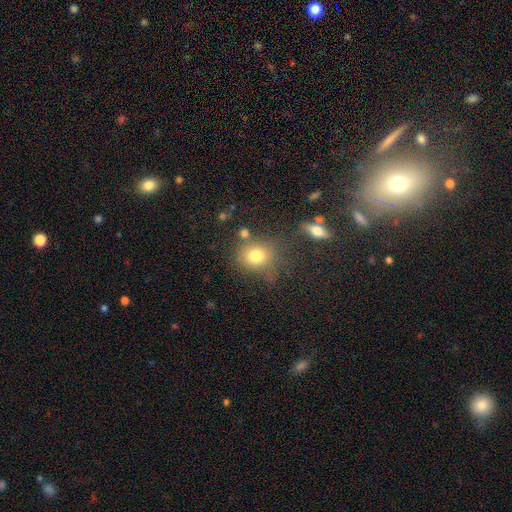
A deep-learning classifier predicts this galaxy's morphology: Smooth or featured? smooth (77%)
How rounded? round (71%)
Merging? none (60%)